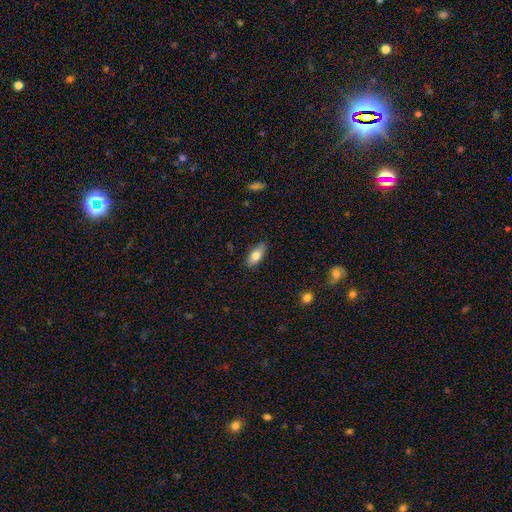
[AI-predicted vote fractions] A smooth galaxy with no disk features (79%) that is in between round and cigar-shaped (84%).

Vote fractions:
- Smooth or featured? smooth: 79% / featured or disk: 14% / star or artifact: 7%
- How rounded? in between: 84% / cigar-shaped: 13% / round: 3%
- Merging? none: 84% / minor disturbance: 13% / major disturbance: 2% / merger: 1%